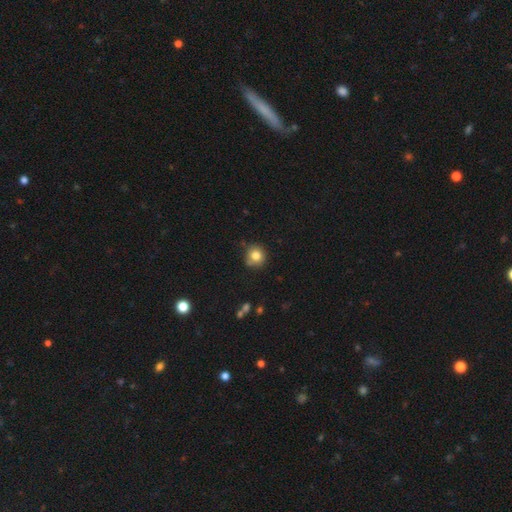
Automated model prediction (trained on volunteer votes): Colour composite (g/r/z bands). It shows a smooth galaxy with no disk features (81%) that is round (91%). Merging: none (77%).